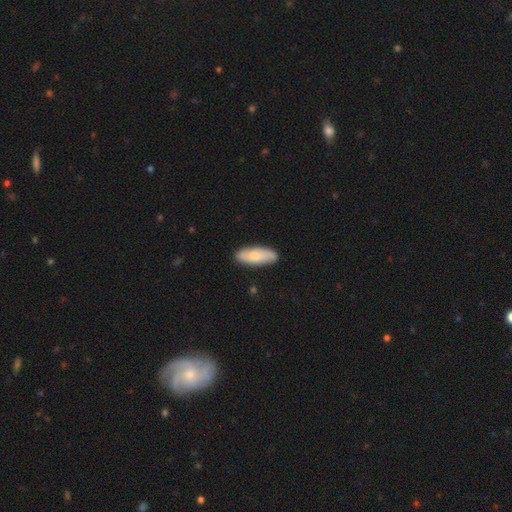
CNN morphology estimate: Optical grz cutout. It shows a smooth galaxy with no disk features (69%) that is in between round and cigar-shaped (72%). Merging: none (86%).